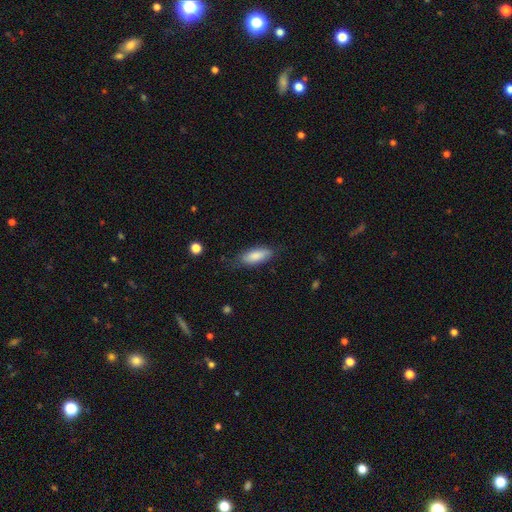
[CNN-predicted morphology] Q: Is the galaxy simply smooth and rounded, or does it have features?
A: smooth — 84%.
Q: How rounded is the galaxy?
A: in between — 75%.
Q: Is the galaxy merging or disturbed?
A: none — 73%.